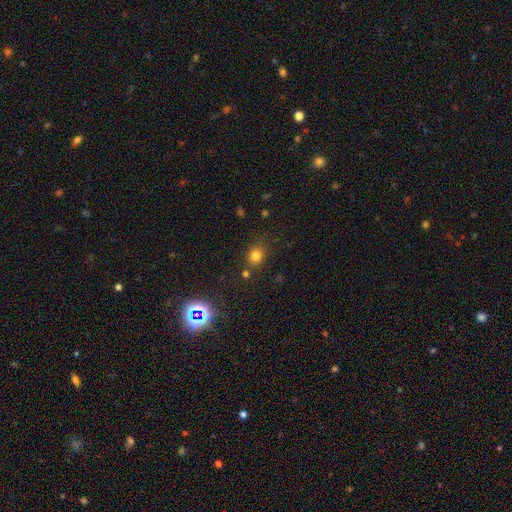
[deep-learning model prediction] This is likely a smooth galaxy (76%). How rounded: likely round (62%). Merging: likely none (75%).